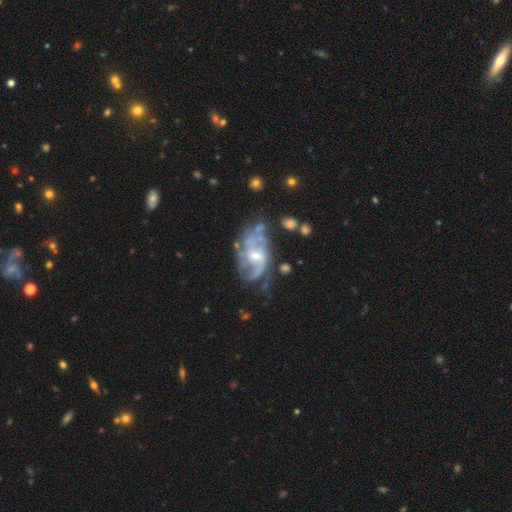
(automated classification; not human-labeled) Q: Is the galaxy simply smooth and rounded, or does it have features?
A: featured or disk — 84%.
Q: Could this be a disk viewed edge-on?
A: no — 97%.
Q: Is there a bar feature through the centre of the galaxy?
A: no — 49%.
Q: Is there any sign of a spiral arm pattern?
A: yes — 87%.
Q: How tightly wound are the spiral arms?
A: medium — 43%.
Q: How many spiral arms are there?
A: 2 — 49%.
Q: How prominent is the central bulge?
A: moderate — 47%.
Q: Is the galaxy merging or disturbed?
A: none — 49%.